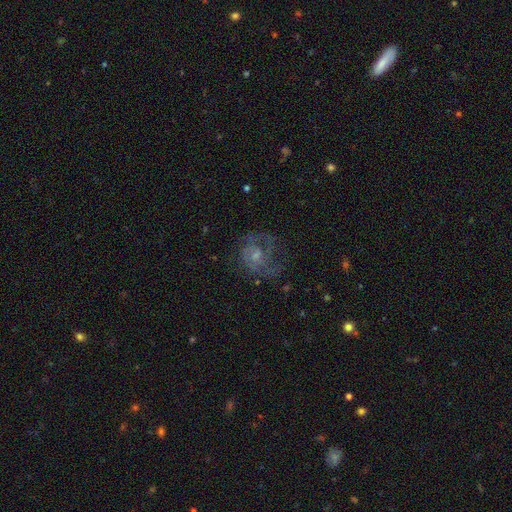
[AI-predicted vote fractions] Smooth or featured? Predicted: featured or disk (p=0.70). Edge-on disk? Predicted: no (p=0.98). Bar? Predicted: no (p=0.69). Spiral arms? Predicted: yes (p=0.81). Spiral winding? Predicted: medium (p=0.47). Spiral arm count? Predicted: 2 (p=0.38). Bulge size? Predicted: small (p=0.47). Merging? Predicted: none (p=0.54).